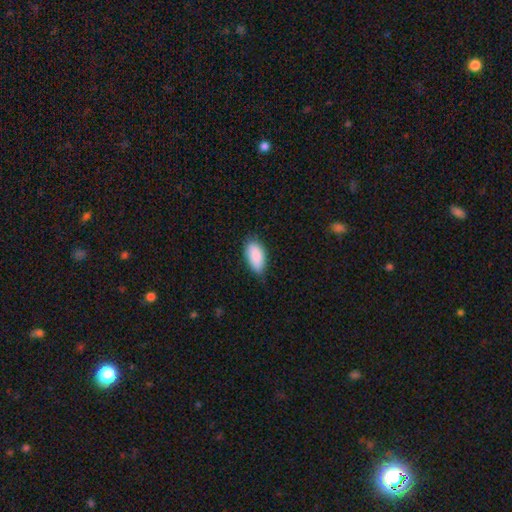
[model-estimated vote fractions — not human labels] Overall: smooth (88%). How rounded: in between (93%). Merging: none (69%).